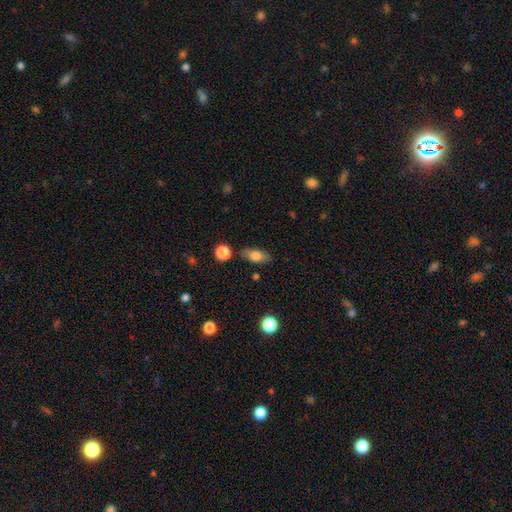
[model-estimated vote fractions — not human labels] Q: Smooth or featured?
A: smooth (77%); runner-up: featured or disk (15%)
Q: How rounded?
A: in between (83%); runner-up: cigar-shaped (9%)
Q: Merging?
A: none (79%); runner-up: minor disturbance (14%)